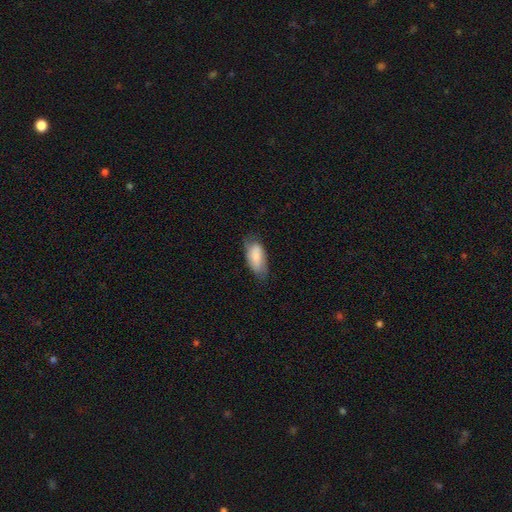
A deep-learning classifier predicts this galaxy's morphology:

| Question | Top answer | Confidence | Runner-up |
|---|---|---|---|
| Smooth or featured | smooth | 79% | featured or disk (15%) |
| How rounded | in between | 89% | cigar-shaped (8%) |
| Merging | none | 62% | minor disturbance (30%) |